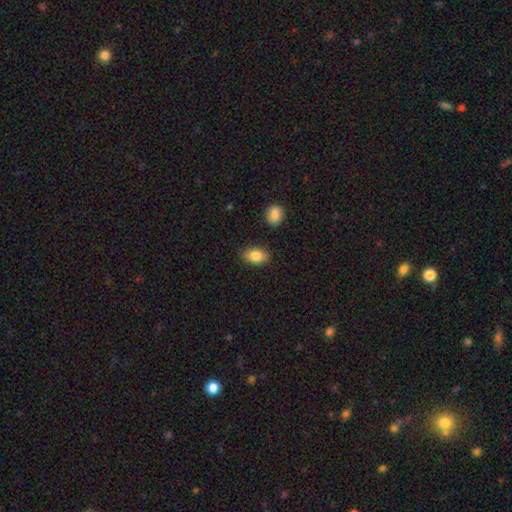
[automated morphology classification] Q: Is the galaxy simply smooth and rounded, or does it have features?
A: smooth — 84%.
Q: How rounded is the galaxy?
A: in between — 87%.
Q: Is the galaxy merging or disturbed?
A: none — 86%.